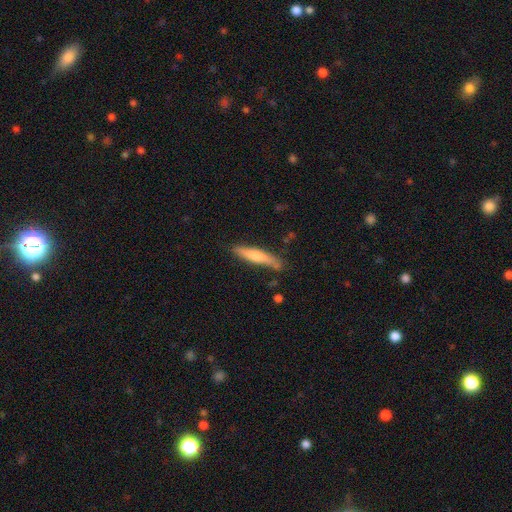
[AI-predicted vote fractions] A smooth galaxy with no disk features (54%) that is cigar-shaped (90%). Merging: none (79%).